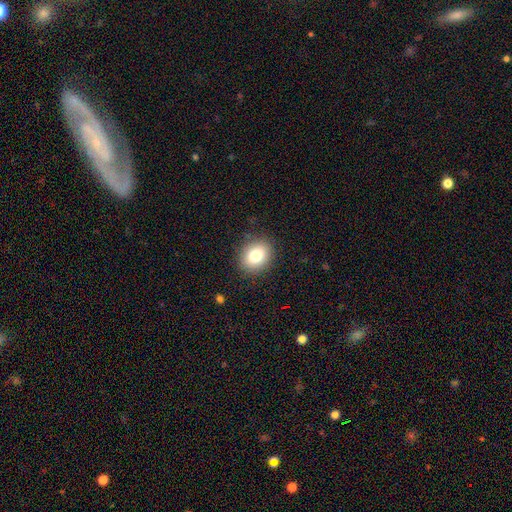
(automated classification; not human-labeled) Smooth or featured: smooth — 80% (featured or disk — 10%)
How rounded: round — 54% (in between — 45%)
Merging: none — 87% (minor disturbance — 9%)